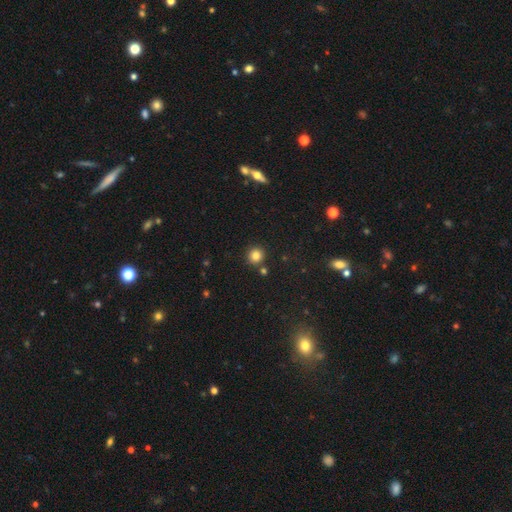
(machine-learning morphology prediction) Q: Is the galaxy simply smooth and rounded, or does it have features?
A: smooth — 83%.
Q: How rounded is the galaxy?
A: round — 93%.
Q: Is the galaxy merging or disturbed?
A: none — 85%.